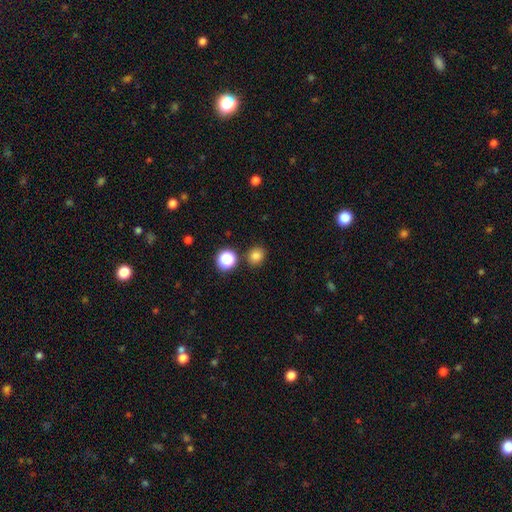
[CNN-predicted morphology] smooth-or-featured: smooth: 81% | star or artifact: 15% | featured or disk: 4%
  how-rounded: round: 76% | in between: 24% | cigar-shaped: 1%
  merging: none: 84% | minor disturbance: 8% | merger: 5% | major disturbance: 3%